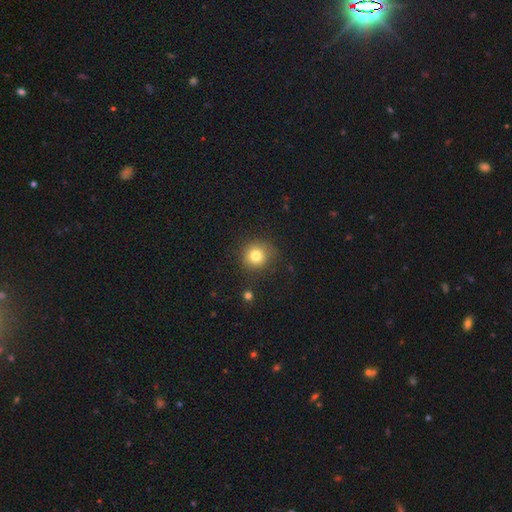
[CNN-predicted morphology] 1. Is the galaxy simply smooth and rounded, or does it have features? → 79% smooth, 12% star or artifact, 9% featured or disk.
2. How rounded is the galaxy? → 90% round, 9% in between, 1% cigar-shaped.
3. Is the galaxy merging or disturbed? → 83% none, 11% minor disturbance, 3% major disturbance, 2% merger.